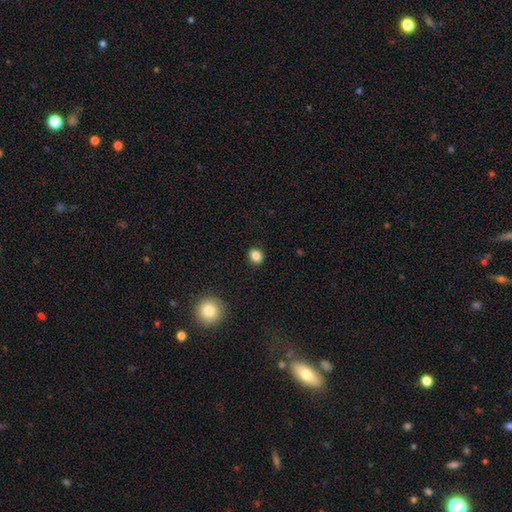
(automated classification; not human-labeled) Q: Smooth or featured?
A: smooth (84%); runner-up: star or artifact (11%)
Q: How rounded?
A: round (57%); runner-up: in between (42%)
Q: Merging?
A: none (89%); runner-up: minor disturbance (8%)